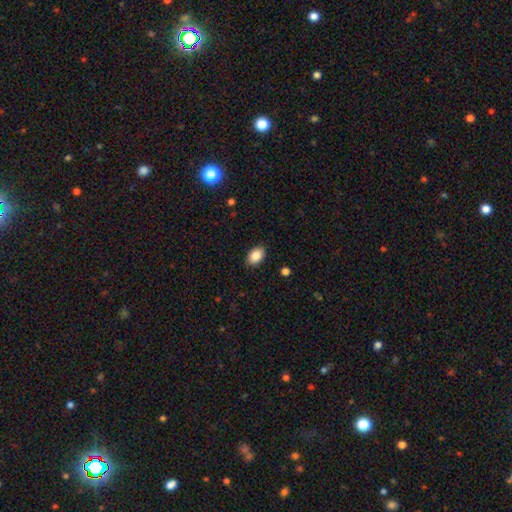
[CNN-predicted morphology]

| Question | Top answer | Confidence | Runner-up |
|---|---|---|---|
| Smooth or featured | smooth | 88% | star or artifact (8%) |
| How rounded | in between | 83% | round (16%) |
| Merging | none | 89% | minor disturbance (8%) |